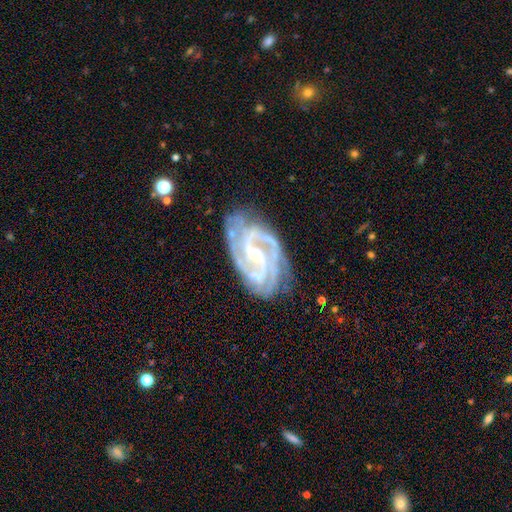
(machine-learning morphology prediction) Overall: featured or disk (92%). Edge-on disk: no (97%). Bar: weak (40%; no 39%). Spiral arms: yes (99%). Spiral arm count: 2 (39%; 3 31%). Spiral winding: tight (61%; medium 35%). Bulge size: small (57%; moderate 37%). Merging: none (74%).